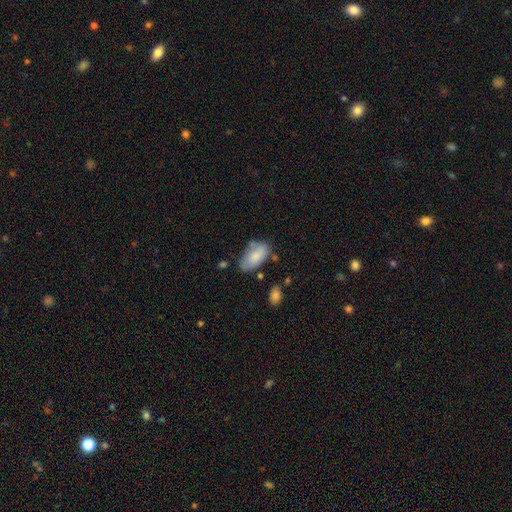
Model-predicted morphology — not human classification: type=smooth (80%); roundness=in between (94%); merging=none (60%).